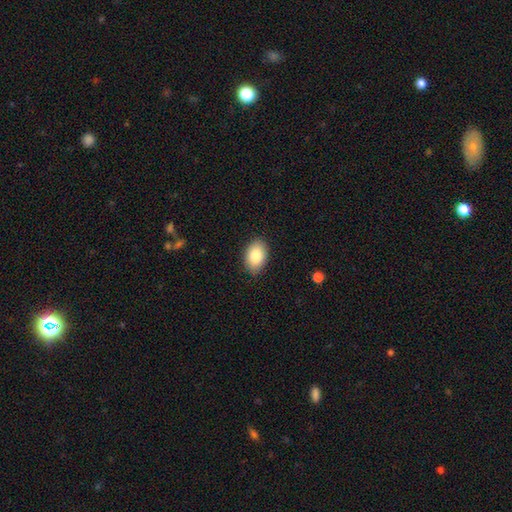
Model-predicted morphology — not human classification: A smooth galaxy with no disk features (85%) that is in between round and cigar-shaped (89%).

Vote fractions:
- Smooth or featured? smooth: 85% / featured or disk: 8% / star or artifact: 7%
- How rounded? in between: 89% / round: 10% / cigar-shaped: 1%
- Merging? none: 87% / minor disturbance: 10% / major disturbance: 2% / merger: 1%